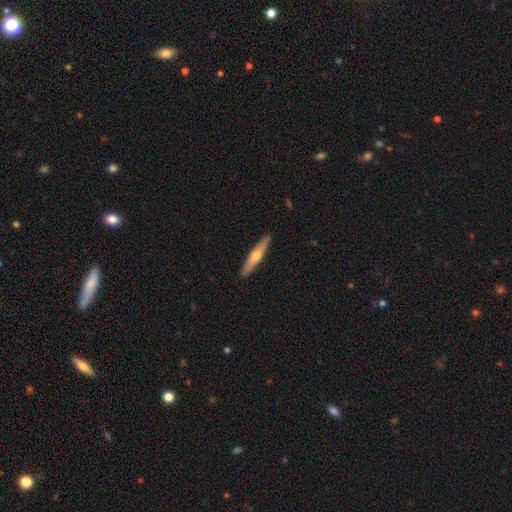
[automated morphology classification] The model was most divided on "smooth or featured": smooth: 49%, featured or disk: 46%, star or artifact: 5%. More confident: merging — none (91%).